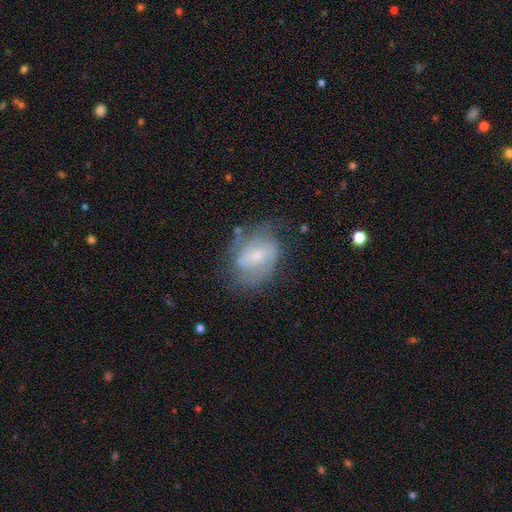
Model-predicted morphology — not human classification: Smooth or featured? Predicted: featured or disk (p=0.66). Edge-on disk? Predicted: no (p=0.96). Bar? Predicted: weak (p=0.51). Spiral arms? Predicted: yes (p=0.79). Bulge size? Predicted: small (p=0.53). Merging? Predicted: none (p=0.61).